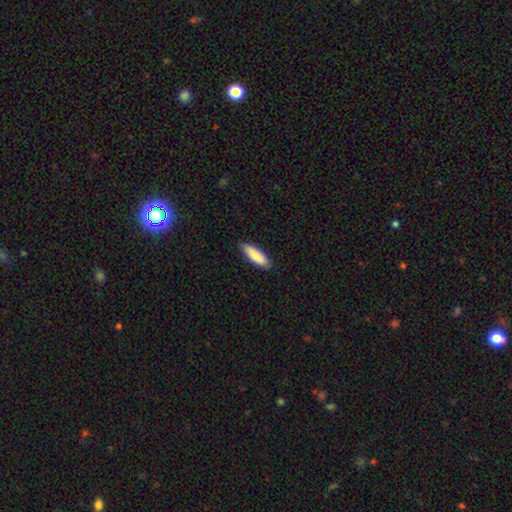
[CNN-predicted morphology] A smooth galaxy with no disk features (85%) that is cigar-shaped (56%).

Vote fractions:
- Smooth or featured? smooth: 85% / featured or disk: 10% / star or artifact: 5%
- How rounded? cigar-shaped: 56% / in between: 42% / round: 1%
- Merging? none: 85% / minor disturbance: 12% / major disturbance: 2% / merger: 1%